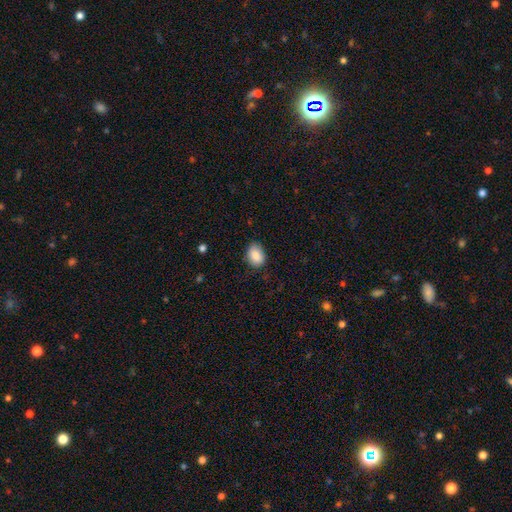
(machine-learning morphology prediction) This is clearly a smooth galaxy (86%). How rounded: likely in between (72%). Merging: likely none (78%).